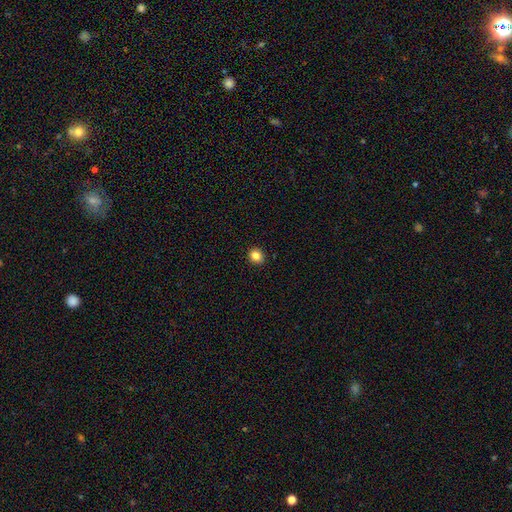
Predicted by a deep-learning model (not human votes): This appears to be a smooth galaxy with no disk features (85%) that is round (69%). Merging: none (91%).